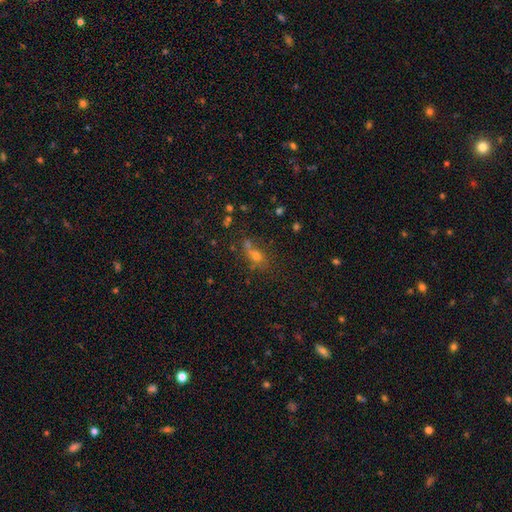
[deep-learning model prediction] Smooth or featured?
  - smooth: 56% *
  - star or artifact: 27%
  - featured or disk: 17%
How rounded?
  - in between: 51% *
  - round: 39%
  - cigar-shaped: 10%
Merging?
  - none: 51% *
  - minor disturbance: 19%
  - merger: 17%
  - major disturbance: 13%